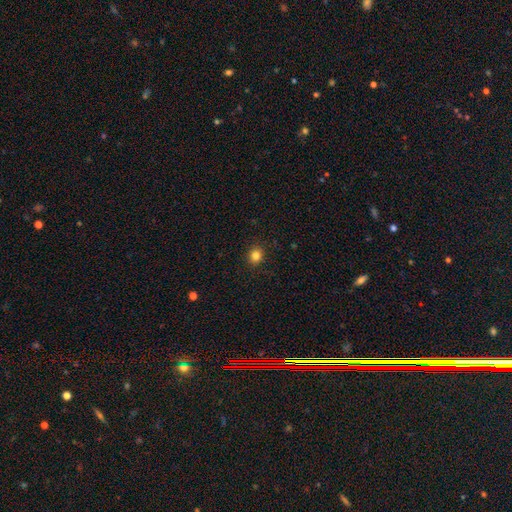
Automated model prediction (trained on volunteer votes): This is clearly a smooth galaxy (82%). How rounded: clearly round (82%). Merging: clearly none (91%).